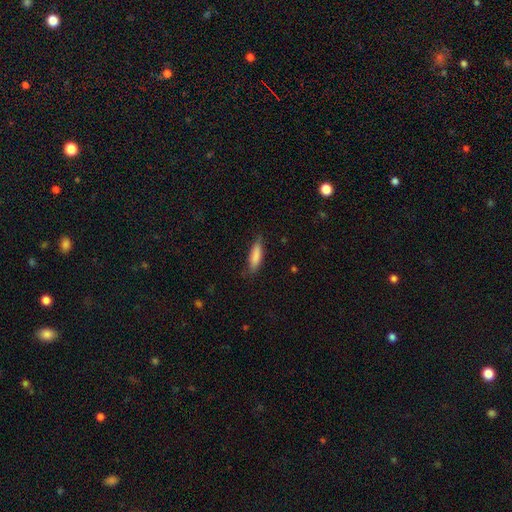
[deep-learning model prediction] Morphology: type=smooth (85%); roundness=cigar-shaped (58%); merging=none (76%).